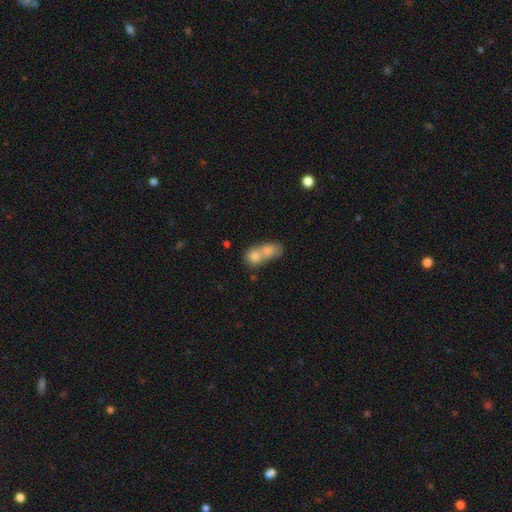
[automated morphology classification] smooth 74%, featured or disk 16%, star or artifact 9%. Down the decision tree: how rounded — round (49%); merging — merger (73%).